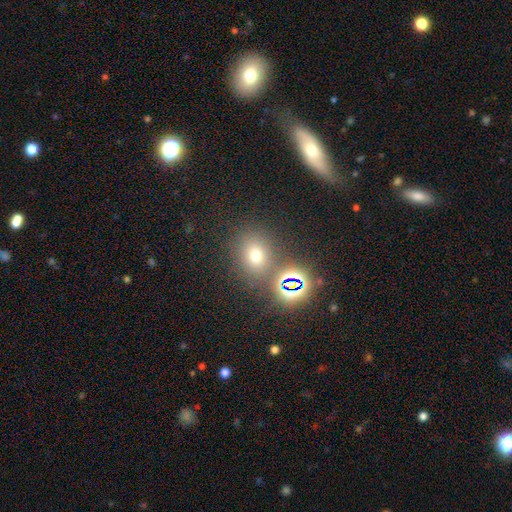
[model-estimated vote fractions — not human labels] Smooth or featured: smooth — 59% (star or artifact — 30%)
How rounded: round — 63% (in between — 36%)
Merging: none — 75% (merger — 11%)